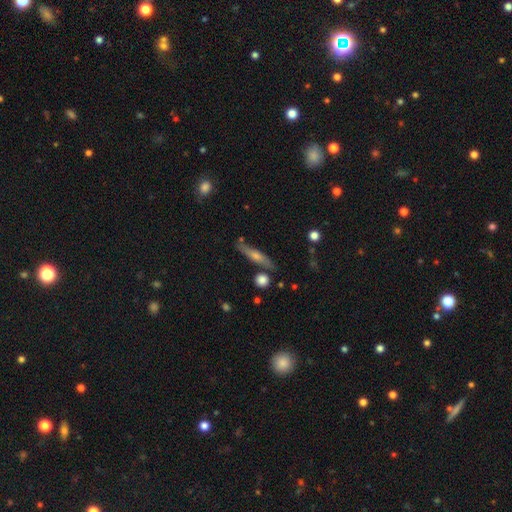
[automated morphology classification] Smooth or featured: featured or disk — 55% (smooth — 37%)
Edge-on disk: yes — 88% (no — 12%)
Merging: none — 78% (minor disturbance — 13%)